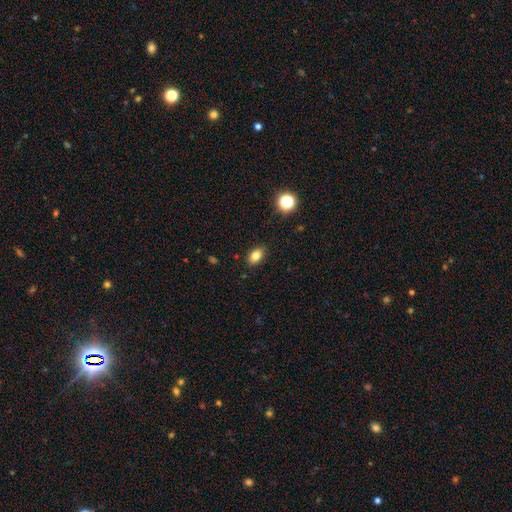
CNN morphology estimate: The model was most divided on "how rounded": in between: 84%, round: 15%, cigar-shaped: 2%. More confident: merging — none (87%); smooth or featured — smooth (81%).